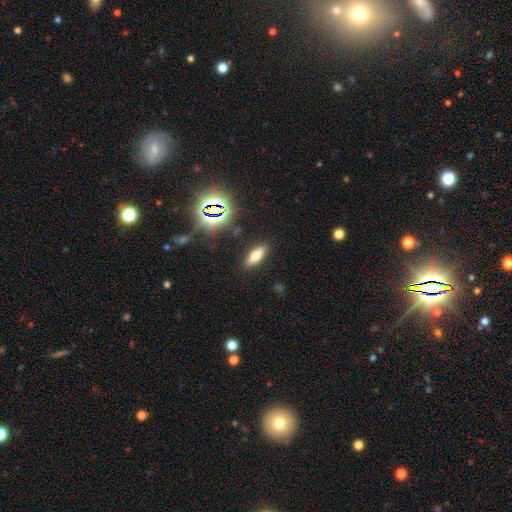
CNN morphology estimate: Overall: smooth (65%). How rounded: in between (66%; cigar-shaped 30%). Merging: none (88%).